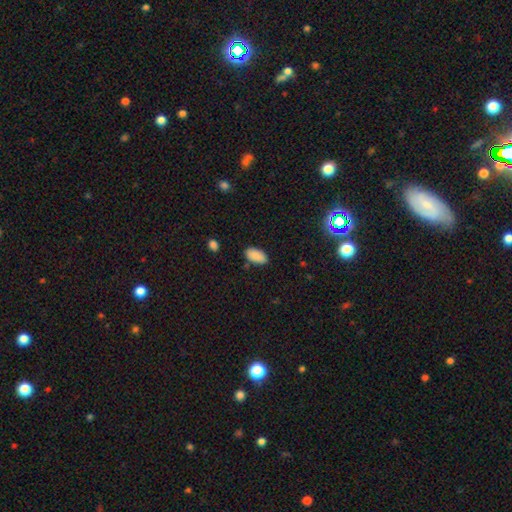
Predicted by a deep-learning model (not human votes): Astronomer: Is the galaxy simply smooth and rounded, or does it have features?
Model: smooth — 88%.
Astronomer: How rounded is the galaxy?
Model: in between — 94%.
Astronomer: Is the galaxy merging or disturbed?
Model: none — 82%.